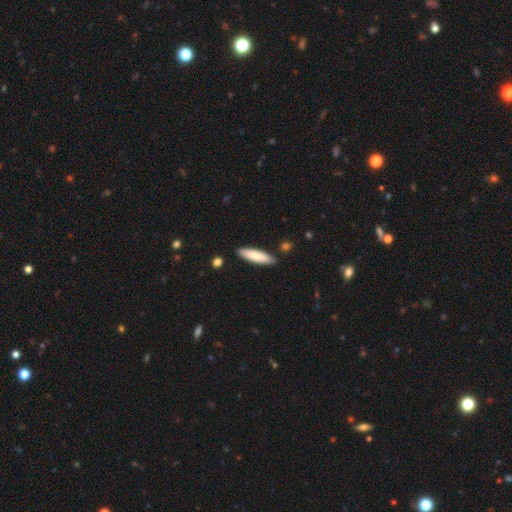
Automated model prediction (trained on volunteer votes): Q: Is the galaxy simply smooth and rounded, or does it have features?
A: smooth — 83%.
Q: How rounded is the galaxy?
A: cigar-shaped — 68%.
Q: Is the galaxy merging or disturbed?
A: none — 88%.